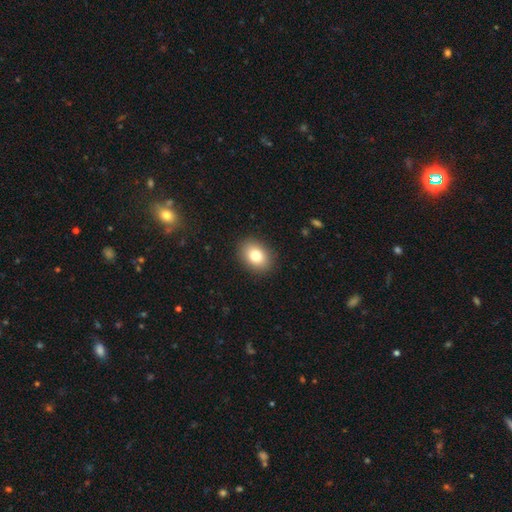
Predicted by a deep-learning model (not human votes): A smooth galaxy with no disk features (81%) that is in between round and cigar-shaped (66%). Merging: none (89%).